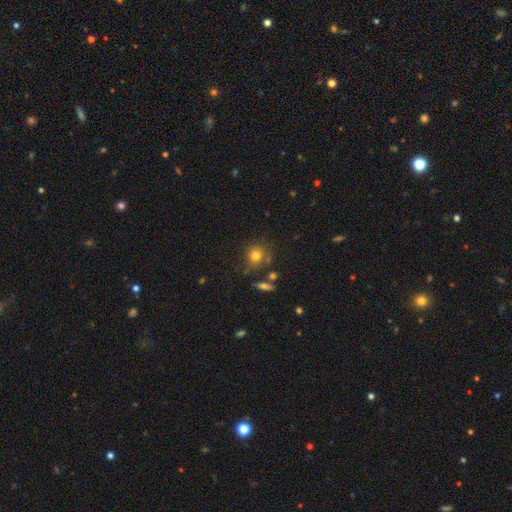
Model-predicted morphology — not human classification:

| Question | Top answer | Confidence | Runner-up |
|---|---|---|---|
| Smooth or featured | smooth | 77% | star or artifact (13%) |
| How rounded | round | 81% | in between (18%) |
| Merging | none | 73% | minor disturbance (14%) |